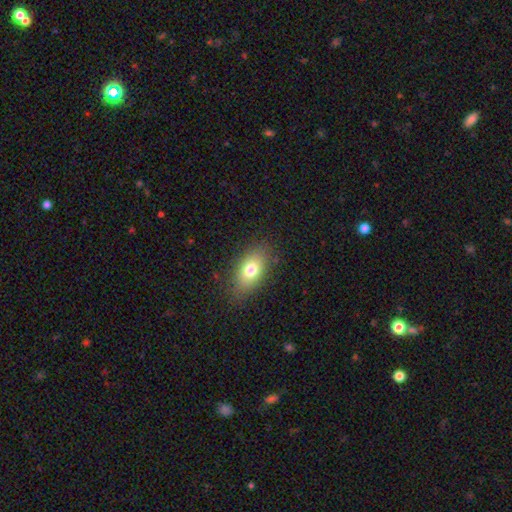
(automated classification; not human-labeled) smooth-or-featured: smooth: 72% | star or artifact: 16% | featured or disk: 12%
  how-rounded: in between: 87% | round: 10% | cigar-shaped: 3%
  merging: none: 90% | minor disturbance: 7% | major disturbance: 2% | merger: 1%